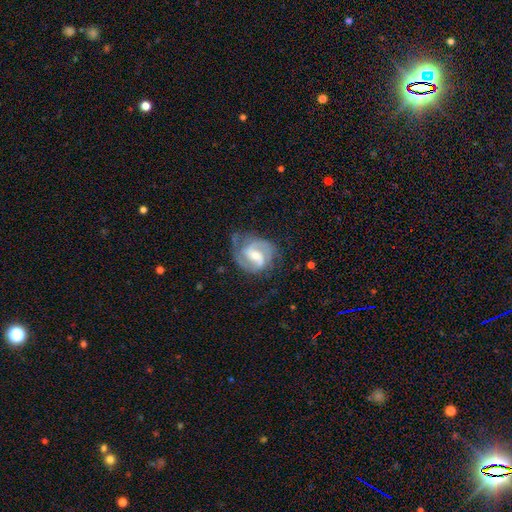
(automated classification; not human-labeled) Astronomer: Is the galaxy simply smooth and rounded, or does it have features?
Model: featured or disk — 87%.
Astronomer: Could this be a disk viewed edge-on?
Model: no — 98%.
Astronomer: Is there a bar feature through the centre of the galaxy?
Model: weak — 54%.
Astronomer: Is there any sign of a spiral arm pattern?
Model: yes — 97%.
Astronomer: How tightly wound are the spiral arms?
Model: medium — 51% (runner-up: tight, 34%).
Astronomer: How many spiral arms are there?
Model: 2 — 81%.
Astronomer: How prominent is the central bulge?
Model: moderate — 56% (runner-up: small, 36%).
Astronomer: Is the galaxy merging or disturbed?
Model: none — 66%.